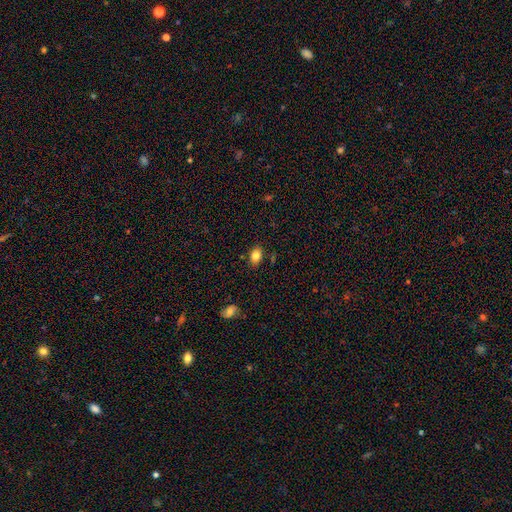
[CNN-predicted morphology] smooth-or-featured: smooth: 83% | star or artifact: 9% | featured or disk: 7%
  how-rounded: in between: 80% | round: 19% | cigar-shaped: 1%
  merging: none: 84% | minor disturbance: 11% | major disturbance: 2% | merger: 2%